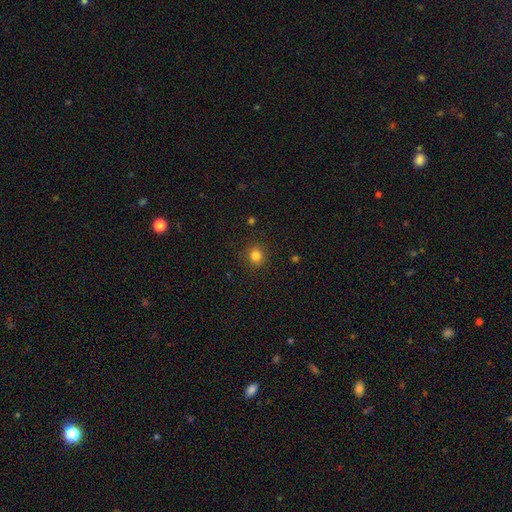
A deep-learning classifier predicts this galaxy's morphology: Overall: smooth (82%). How rounded: round (90%). Merging: none (90%).